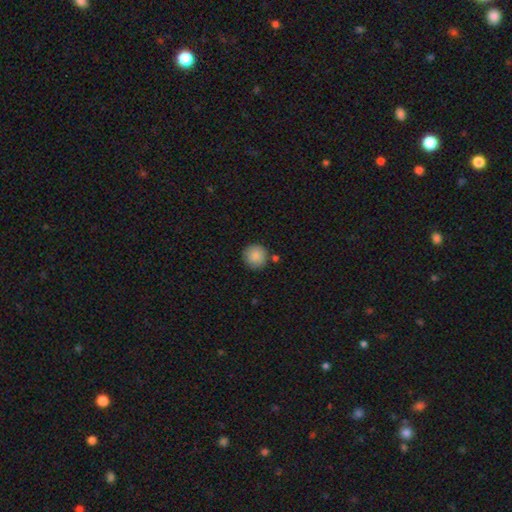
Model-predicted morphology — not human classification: type=smooth (88%); roundness=round (95%); merging=none (85%).